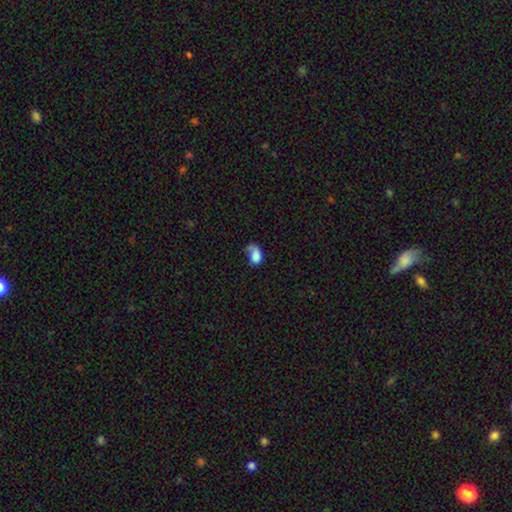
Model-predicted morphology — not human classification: smooth 75%, featured or disk 16%, star or artifact 9%. Down the decision tree: how rounded — in between (84%); merging — major disturbance (35%).